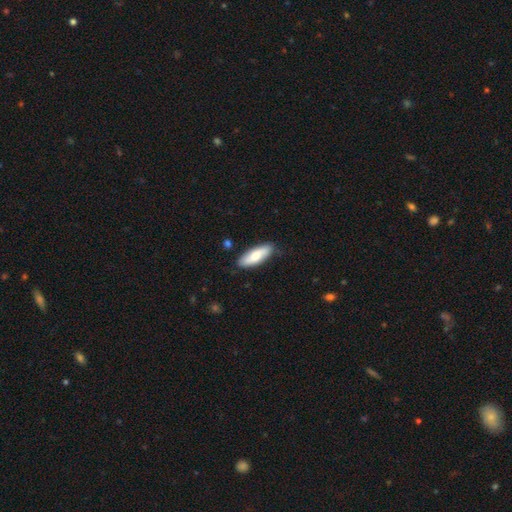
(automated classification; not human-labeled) smooth 75%, featured or disk 20%, star or artifact 5%. Down the decision tree: how rounded — in between (61%); merging — none (83%).